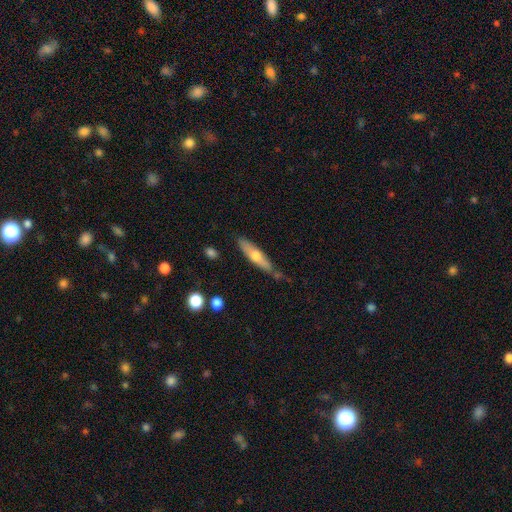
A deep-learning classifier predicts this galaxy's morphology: Overall: smooth (55%; featured or disk 40%). How rounded: cigar-shaped (76%). Merging: none (72%).